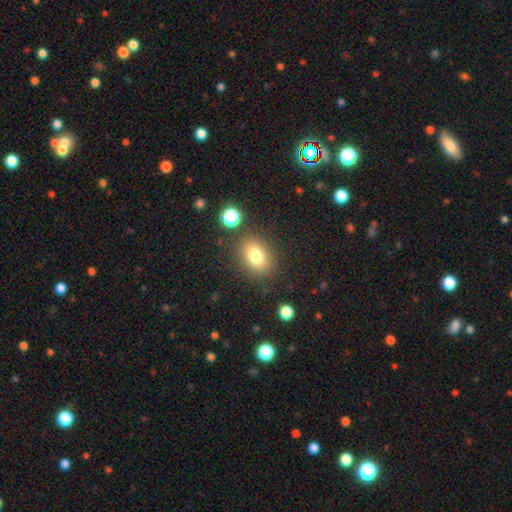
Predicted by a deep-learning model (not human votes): Smooth or featured? Predicted: smooth (p=0.77). How rounded? Predicted: in between (p=0.61). Merging? Predicted: none (p=0.82).